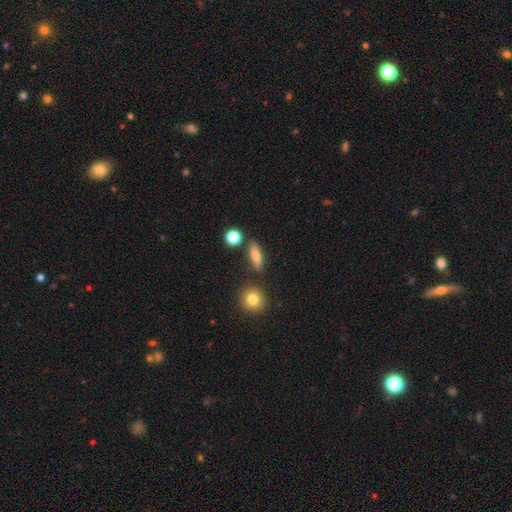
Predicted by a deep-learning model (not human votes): This is likely a smooth galaxy (75%). How rounded: possibly in between (50%). Merging: clearly none (83%).